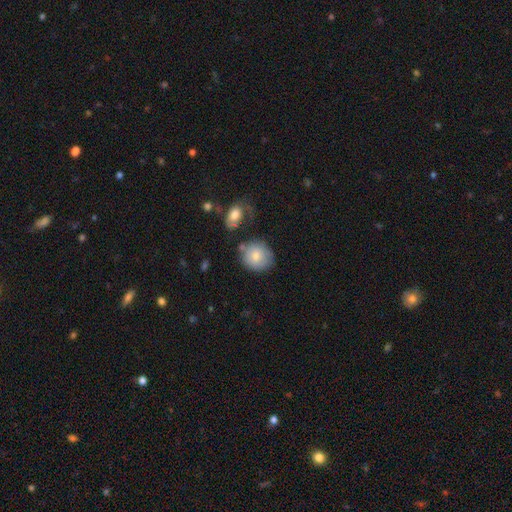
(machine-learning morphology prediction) A smooth galaxy with no disk features (77%) that is round (77%).

Vote fractions:
- Smooth or featured? smooth: 77% / featured or disk: 16% / star or artifact: 7%
- How rounded? round: 77% / in between: 22% / cigar-shaped: 1%
- Merging? none: 63% / minor disturbance: 20% / merger: 11% / major disturbance: 6%